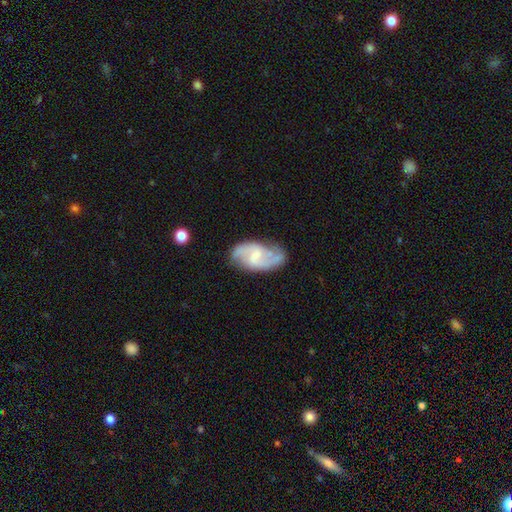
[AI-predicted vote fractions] featured or disk 80%, smooth 15%, star or artifact 6%. Down the decision tree: edge-on disk — no (97%); bar — weak (58%); spiral arms — yes (93%); spiral arm count — 2 (88%); spiral winding — medium (48%); bulge size — small (40%); merging — none (73%).